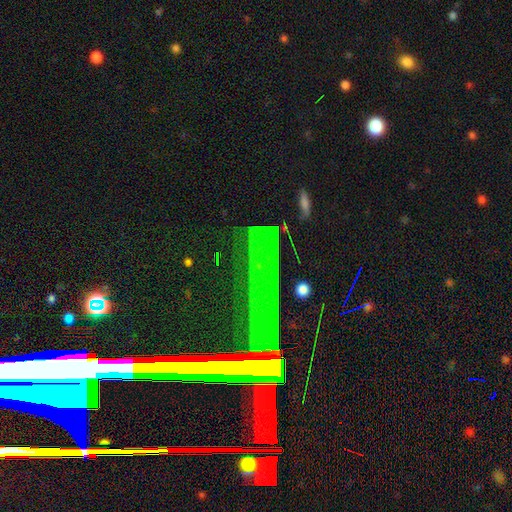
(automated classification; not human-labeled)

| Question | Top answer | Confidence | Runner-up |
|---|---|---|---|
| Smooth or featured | star or artifact | 72% | featured or disk (18%) |